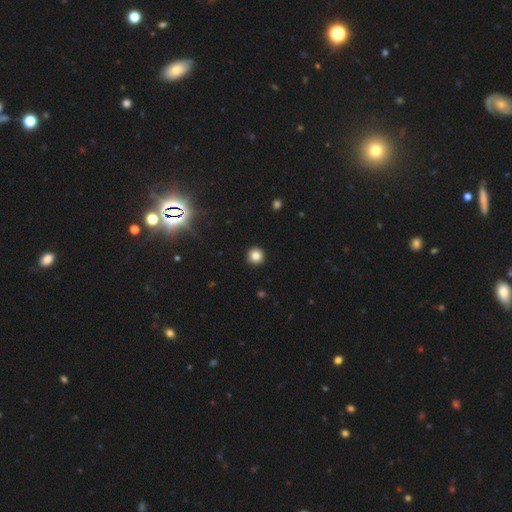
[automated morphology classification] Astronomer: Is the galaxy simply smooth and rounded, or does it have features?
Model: smooth — 84%.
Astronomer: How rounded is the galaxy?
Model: round — 95%.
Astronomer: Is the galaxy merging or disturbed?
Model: none — 93%.